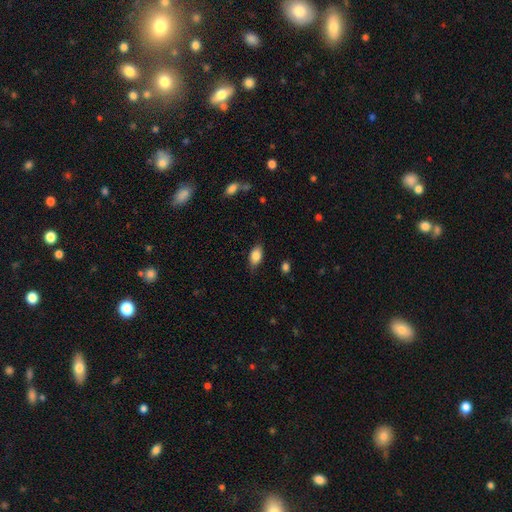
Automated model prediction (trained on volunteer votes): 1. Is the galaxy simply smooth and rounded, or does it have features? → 85% smooth, 8% featured or disk, 7% star or artifact.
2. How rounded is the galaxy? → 90% in between, 6% round, 4% cigar-shaped.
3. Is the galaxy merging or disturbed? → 77% none, 18% minor disturbance, 4% major disturbance, 1% merger.